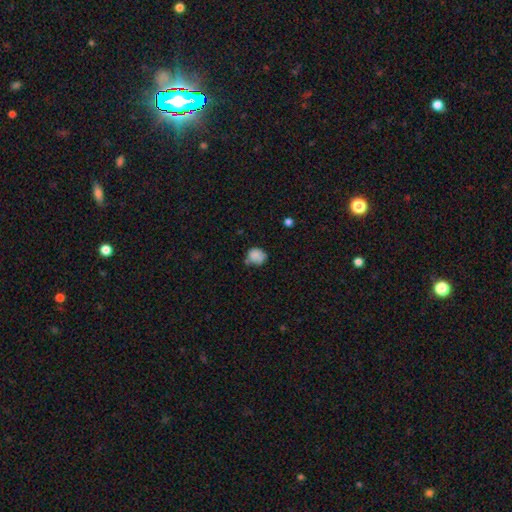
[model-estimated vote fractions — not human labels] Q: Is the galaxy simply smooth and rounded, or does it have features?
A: smooth — 82%.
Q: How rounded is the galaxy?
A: round — 70%.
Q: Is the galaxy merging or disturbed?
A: none — 52%.